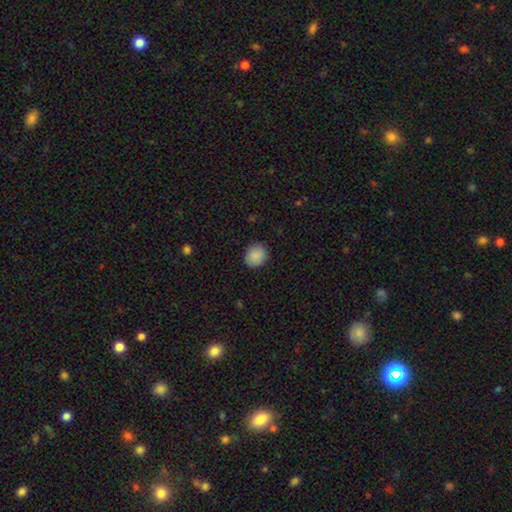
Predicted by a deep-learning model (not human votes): Smooth or featured?
  - smooth: 89% *
  - star or artifact: 8%
  - featured or disk: 3%
How rounded?
  - round: 74% *
  - in between: 25%
  - cigar-shaped: 1%
Merging?
  - none: 89% *
  - minor disturbance: 8%
  - major disturbance: 2%
  - merger: 1%